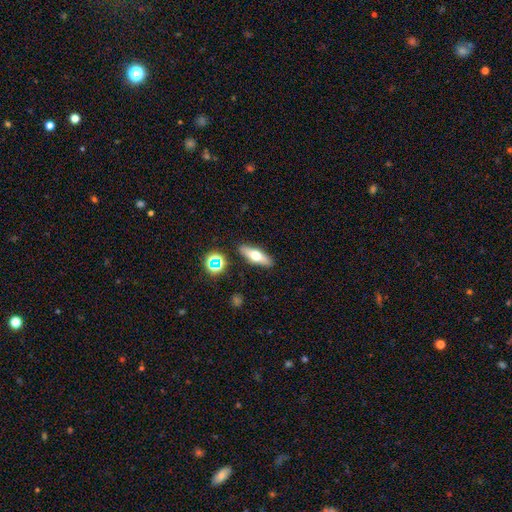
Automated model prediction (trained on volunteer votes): smooth_or_featured: smooth (p=0.50) [alt: featured or disk p=0.42]
merging: none (p=0.89) [alt: minor disturbance p=0.07]